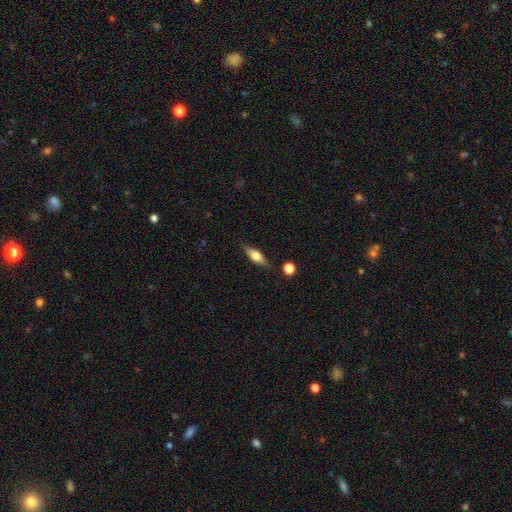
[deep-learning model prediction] Smooth or featured?
  - smooth: 52% *
  - featured or disk: 41%
  - star or artifact: 7%
How rounded?
  - in between: 59% *
  - cigar-shaped: 36%
  - round: 5%
Merging?
  - none: 81% *
  - minor disturbance: 13%
  - merger: 3%
  - major disturbance: 3%